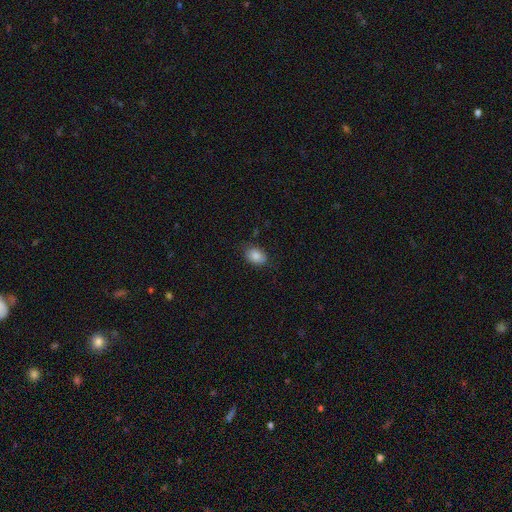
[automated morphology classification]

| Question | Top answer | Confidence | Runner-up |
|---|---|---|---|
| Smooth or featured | smooth | 85% | star or artifact (8%) |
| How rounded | in between | 80% | round (19%) |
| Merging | none | 80% | minor disturbance (15%) |